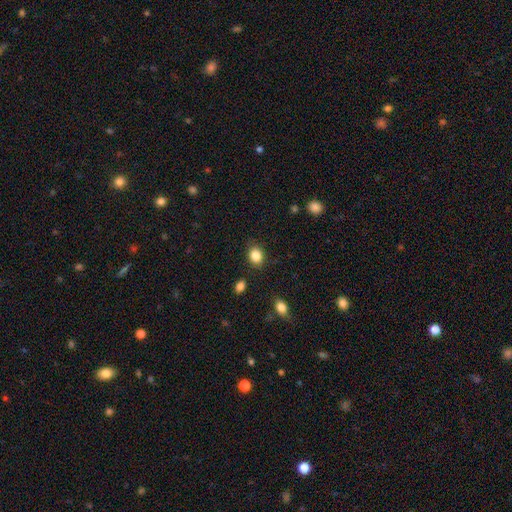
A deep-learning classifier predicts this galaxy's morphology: smooth 85%, star or artifact 10%, featured or disk 5%. Down the decision tree: how rounded — in between (51%); merging — none (85%).